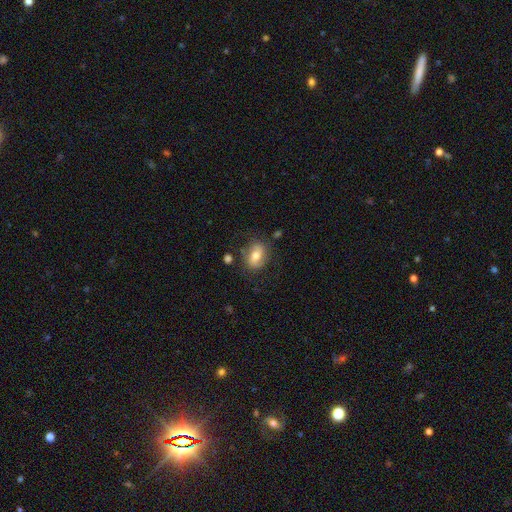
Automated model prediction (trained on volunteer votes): A smooth galaxy with no disk features (61%) that is in between round and cigar-shaped (71%).

Vote fractions:
- Smooth or featured? smooth: 61% / featured or disk: 31% / star or artifact: 8%
- How rounded? in between: 71% / round: 27% / cigar-shaped: 2%
- Merging? none: 73% / minor disturbance: 18% / major disturbance: 6% / merger: 3%